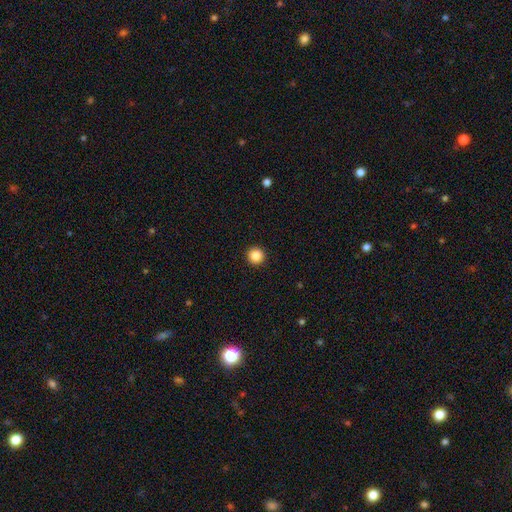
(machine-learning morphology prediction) Q: Smooth or featured?
A: smooth (87%); runner-up: star or artifact (10%)
Q: How rounded?
A: round (96%); runner-up: in between (3%)
Q: Merging?
A: none (94%); runner-up: minor disturbance (4%)